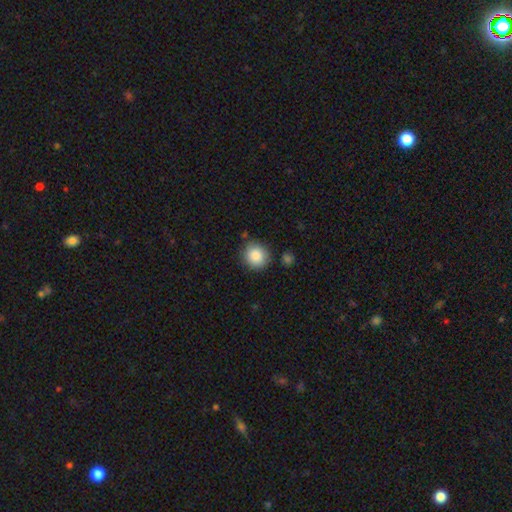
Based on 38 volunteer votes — Smooth or featured?
  - smooth: 92% *
  - featured or disk: 8%
  - star or artifact: 0%
How rounded?
  - round: 89% *
  - in between: 11%
  - cigar-shaped: 0%
Merging?
  - none: 87% *
  - minor disturbance: 5%
  - major disturbance: 5%
  - merger: 3%